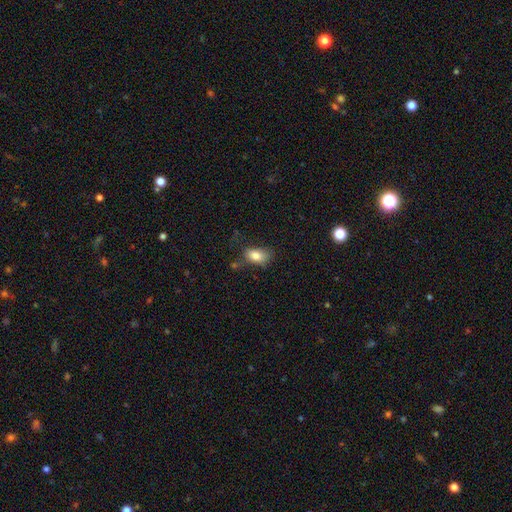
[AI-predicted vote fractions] A smooth galaxy with no disk features (82%) that is in between round and cigar-shaped (89%). Merging: none (57%).